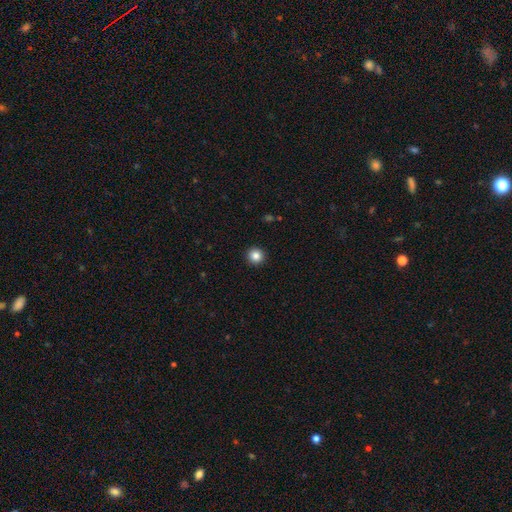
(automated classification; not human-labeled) Smooth or featured: smooth — 85% (star or artifact — 11%)
How rounded: round — 94% (in between — 5%)
Merging: none — 93% (minor disturbance — 4%)